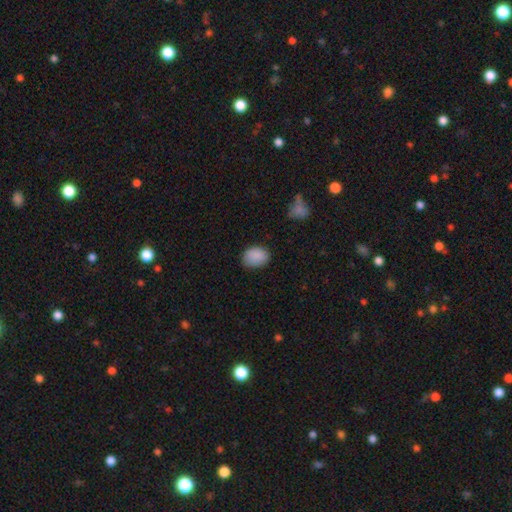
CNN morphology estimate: Smooth or featured: smooth — 89% (star or artifact — 8%)
How rounded: in between — 68% (round — 31%)
Merging: none — 79% (minor disturbance — 16%)